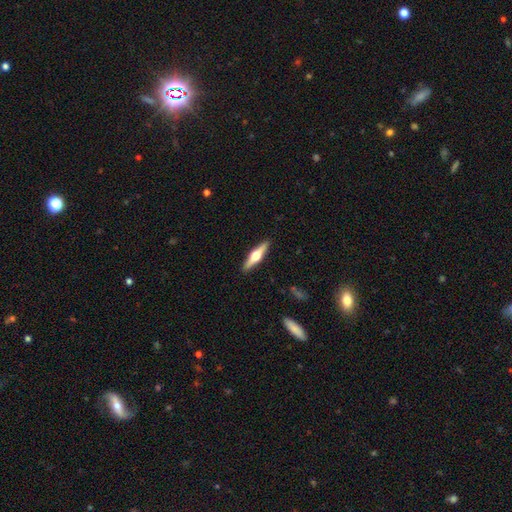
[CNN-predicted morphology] Q: Smooth or featured?
A: featured or disk (66%); runner-up: smooth (29%)
Q: Edge-on disk?
A: yes (97%); runner-up: no (3%)
Q: Edge-on bulge?
A: rounded (95%); runner-up: boxy (3%)
Q: Merging?
A: none (91%); runner-up: minor disturbance (6%)